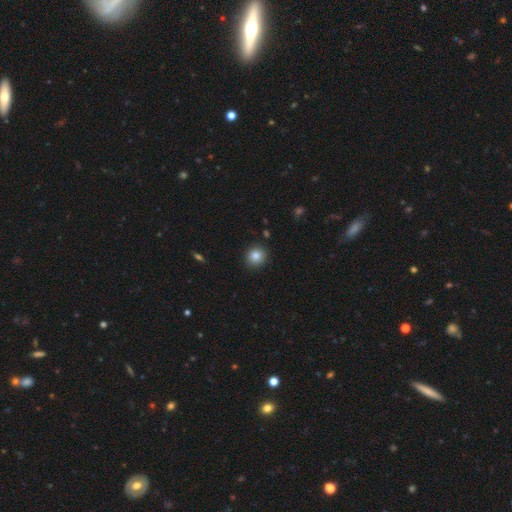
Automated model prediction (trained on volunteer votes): Morphology: type=smooth (84%); roundness=round (87%); merging=none (90%).